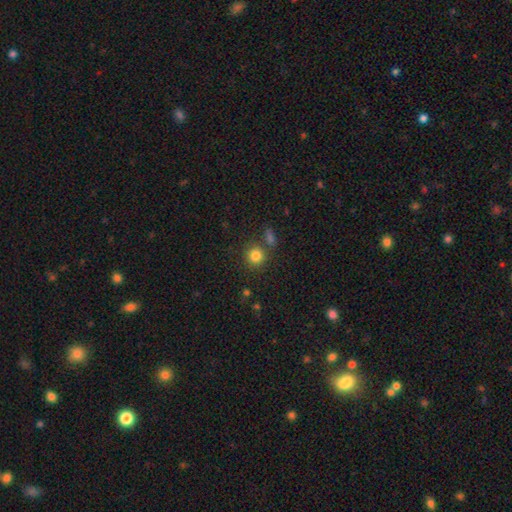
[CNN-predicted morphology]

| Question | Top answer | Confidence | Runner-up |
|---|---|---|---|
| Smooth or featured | smooth | 82% | star or artifact (12%) |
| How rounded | round | 90% | in between (9%) |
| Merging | none | 76% | merger (11%) |